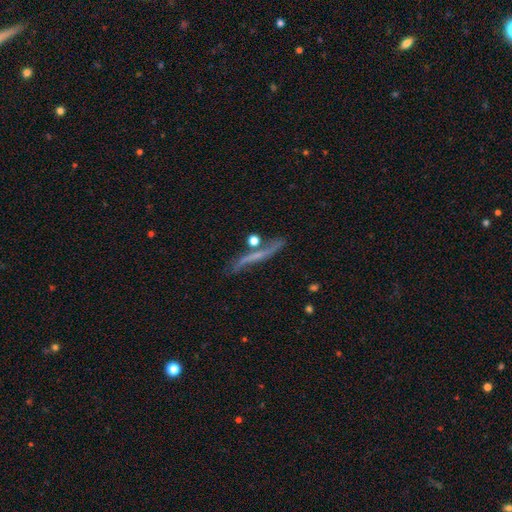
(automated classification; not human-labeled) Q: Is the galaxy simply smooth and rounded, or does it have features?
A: featured or disk — 62%.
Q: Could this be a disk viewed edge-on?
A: yes — 70%.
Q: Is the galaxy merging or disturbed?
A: none — 61%.